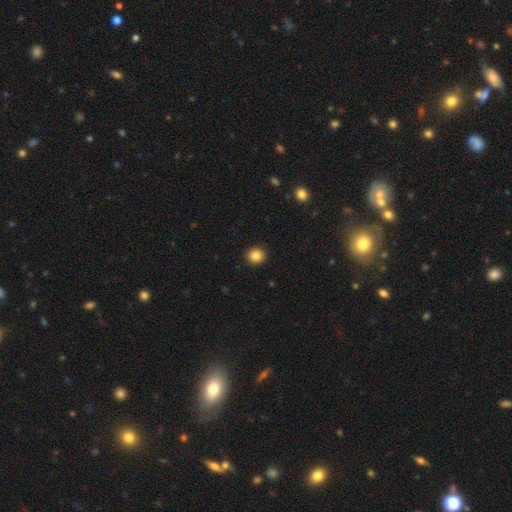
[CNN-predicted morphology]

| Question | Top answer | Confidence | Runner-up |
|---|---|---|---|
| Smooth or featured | smooth | 85% | star or artifact (10%) |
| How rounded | round | 91% | in between (8%) |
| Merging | none | 93% | minor disturbance (4%) |